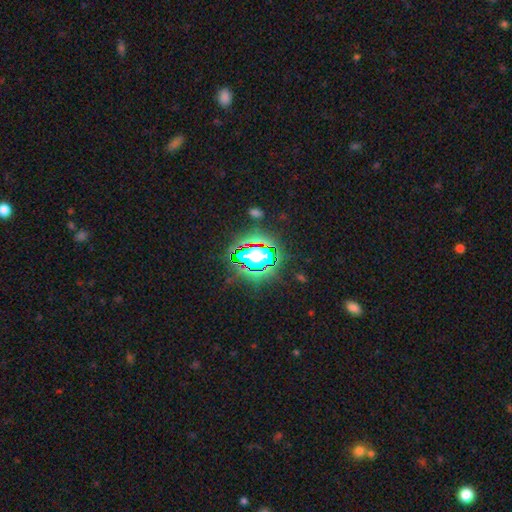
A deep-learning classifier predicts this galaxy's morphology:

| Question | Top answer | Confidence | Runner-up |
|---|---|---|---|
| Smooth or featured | star or artifact | 76% | smooth (15%) |